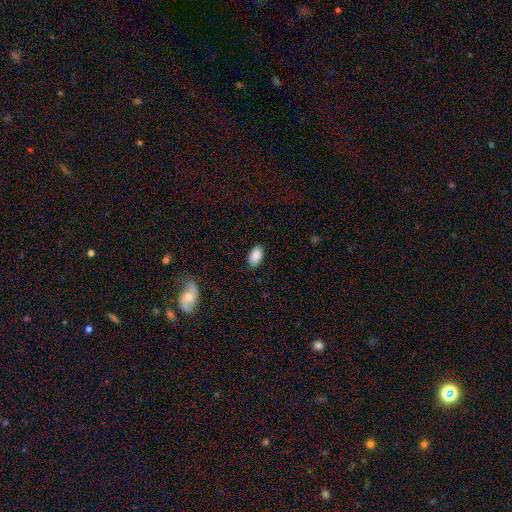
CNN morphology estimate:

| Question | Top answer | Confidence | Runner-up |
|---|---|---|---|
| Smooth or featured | smooth | 89% | star or artifact (7%) |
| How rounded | in between | 93% | round (6%) |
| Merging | none | 85% | minor disturbance (12%) |